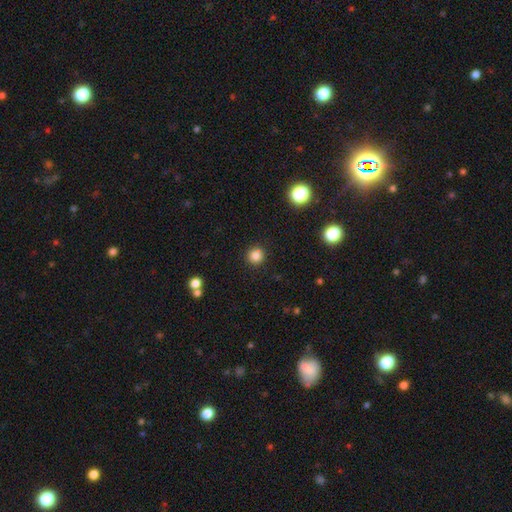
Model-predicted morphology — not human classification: Overall: smooth (84%). How rounded: round (93%). Merging: none (90%).